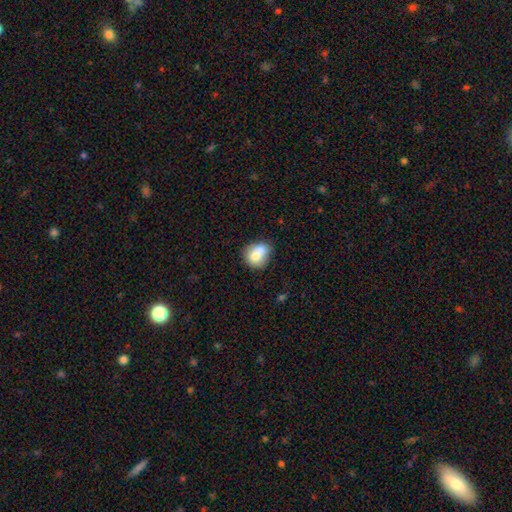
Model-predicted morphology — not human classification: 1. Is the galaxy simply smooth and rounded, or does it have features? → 72% smooth, 20% featured or disk, 9% star or artifact.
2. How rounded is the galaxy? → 67% round, 32% in between, 1% cigar-shaped.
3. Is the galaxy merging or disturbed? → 44% merger, 38% none, 14% minor disturbance, 5% major disturbance.